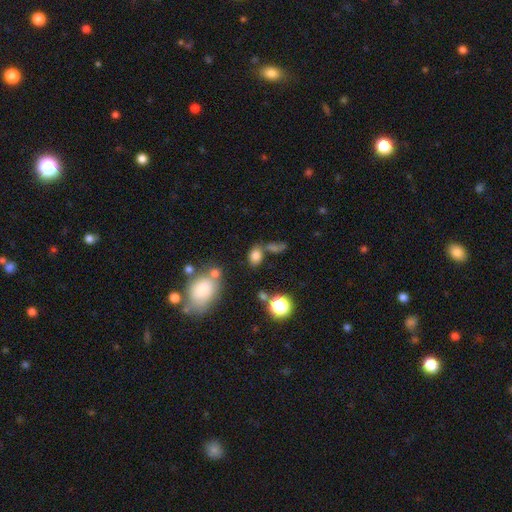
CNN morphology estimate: A smooth galaxy with no disk features (77%) that is in between round and cigar-shaped (74%).

Vote fractions:
- Smooth or featured? smooth: 77% / star or artifact: 15% / featured or disk: 8%
- How rounded? in between: 74% / round: 24% / cigar-shaped: 2%
- Merging? none: 58% / merger: 22% / minor disturbance: 14% / major disturbance: 6%